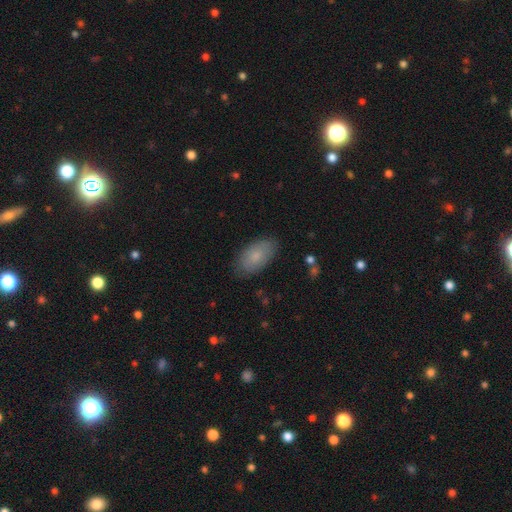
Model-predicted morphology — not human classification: Smooth or featured? smooth (80%)
How rounded? in between (94%)
Merging? none (82%)